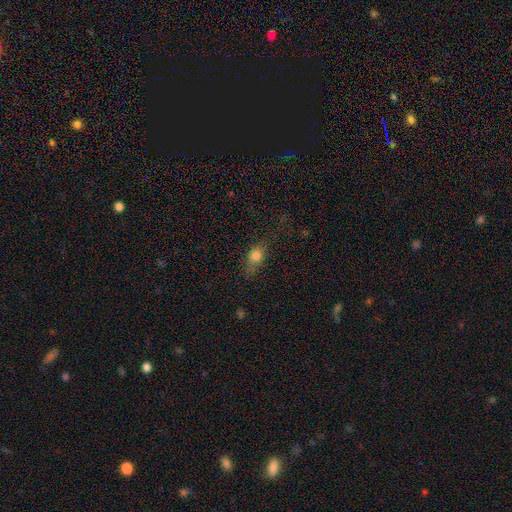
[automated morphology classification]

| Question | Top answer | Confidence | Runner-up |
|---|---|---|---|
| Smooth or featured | smooth | 76% | star or artifact (13%) |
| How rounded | in between | 62% | round (28%) |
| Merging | none | 64% | minor disturbance (23%) |